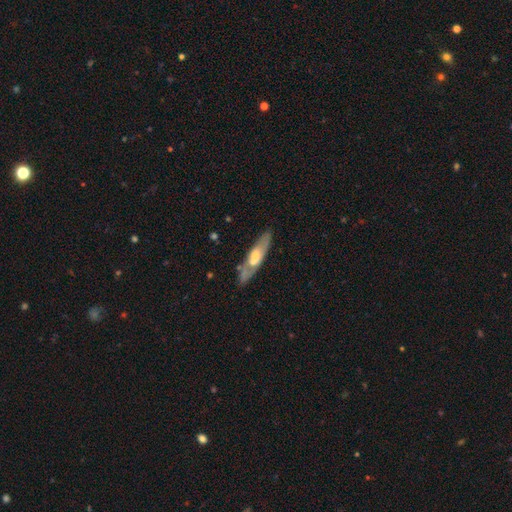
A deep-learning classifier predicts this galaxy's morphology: This is possibly a featured or disk galaxy (51%). It is possibly viewed edge-on (51%). Merging: likely none (74%).